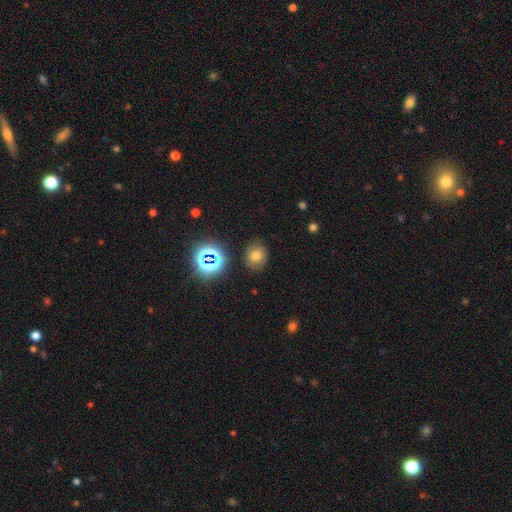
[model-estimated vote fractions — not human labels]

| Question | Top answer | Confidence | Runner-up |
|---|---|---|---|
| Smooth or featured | smooth | 64% | star or artifact (23%) |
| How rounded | round | 57% | in between (42%) |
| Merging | none | 82% | minor disturbance (13%) |